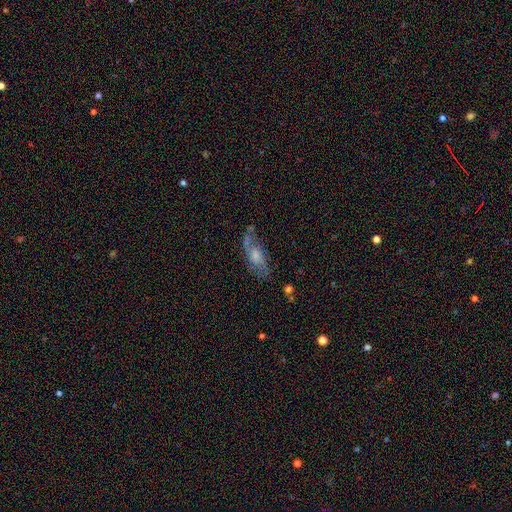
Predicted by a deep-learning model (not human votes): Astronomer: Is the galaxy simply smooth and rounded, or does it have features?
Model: featured or disk — 60%.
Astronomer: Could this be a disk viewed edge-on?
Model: no — 90%.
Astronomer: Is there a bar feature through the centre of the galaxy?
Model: no — 58% (runner-up: weak, 35%).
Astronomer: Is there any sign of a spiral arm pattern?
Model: yes — 81%.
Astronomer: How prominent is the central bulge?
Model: small — 44% (runner-up: moderate, 33%).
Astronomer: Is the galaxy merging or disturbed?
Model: none — 52%.